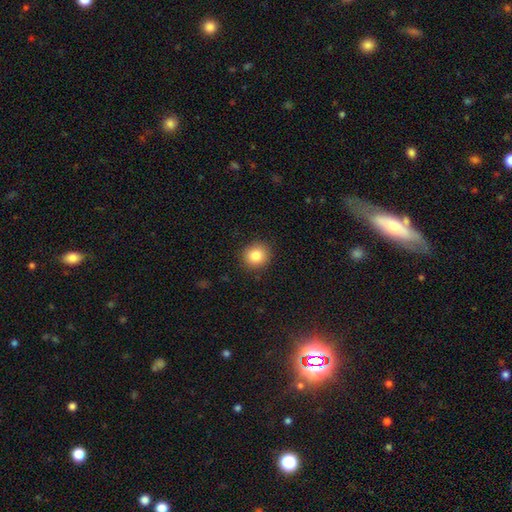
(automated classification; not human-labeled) Q: Smooth or featured?
A: smooth (84%); runner-up: star or artifact (10%)
Q: How rounded?
A: round (85%); runner-up: in between (14%)
Q: Merging?
A: none (89%); runner-up: minor disturbance (7%)